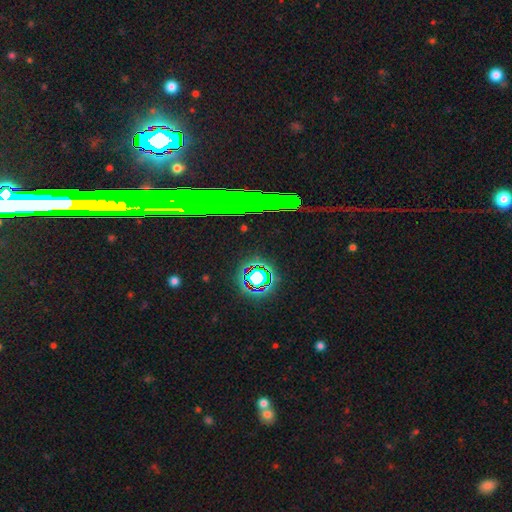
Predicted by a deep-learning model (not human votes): Smooth or featured: star or artifact — 68% (featured or disk — 19%)